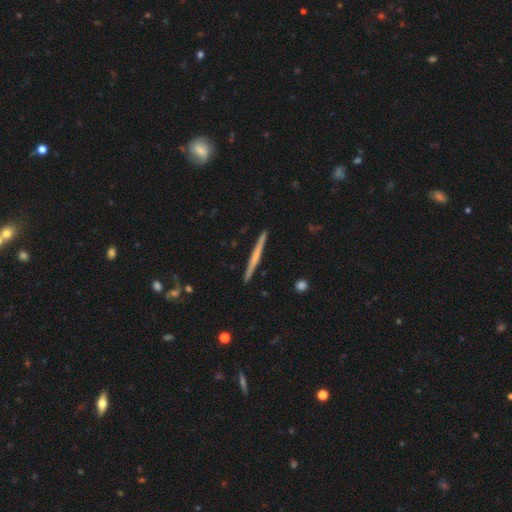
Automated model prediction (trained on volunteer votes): Morphology: type=featured or disk (54%); edge-on=yes (98%); edge-on bulge=none (74%); merging=none (92%).